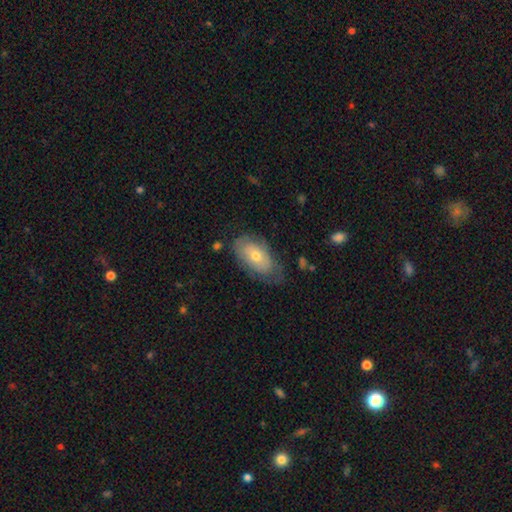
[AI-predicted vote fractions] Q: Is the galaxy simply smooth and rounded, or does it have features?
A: smooth — 57%.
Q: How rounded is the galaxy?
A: in between — 91%.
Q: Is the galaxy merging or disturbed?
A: none — 59%.